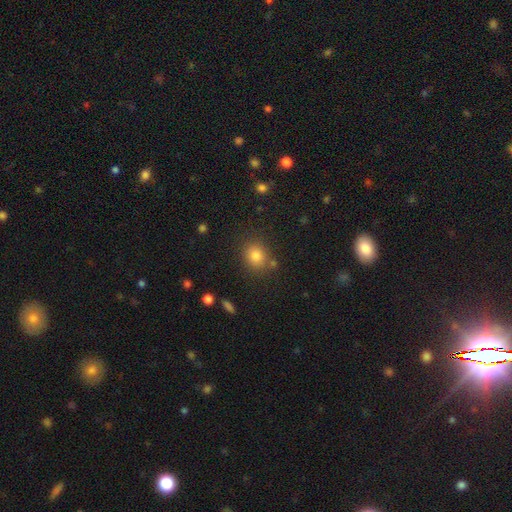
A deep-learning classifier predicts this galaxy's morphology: smooth-or-featured: smooth: 81% | star or artifact: 12% | featured or disk: 7%
  how-rounded: round: 68% | in between: 31% | cigar-shaped: 1%
  merging: none: 78% | minor disturbance: 11% | merger: 7% | major disturbance: 4%